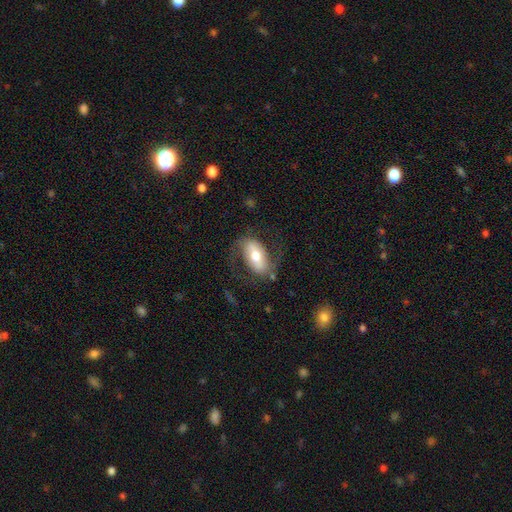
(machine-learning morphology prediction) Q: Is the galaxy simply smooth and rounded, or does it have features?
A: featured or disk — 56%.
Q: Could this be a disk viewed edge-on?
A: no — 91%.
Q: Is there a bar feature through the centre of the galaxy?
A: strong — 47%.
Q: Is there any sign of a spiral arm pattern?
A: yes — 73%.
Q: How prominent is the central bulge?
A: moderate — 64%.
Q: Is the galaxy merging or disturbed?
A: none — 65%.